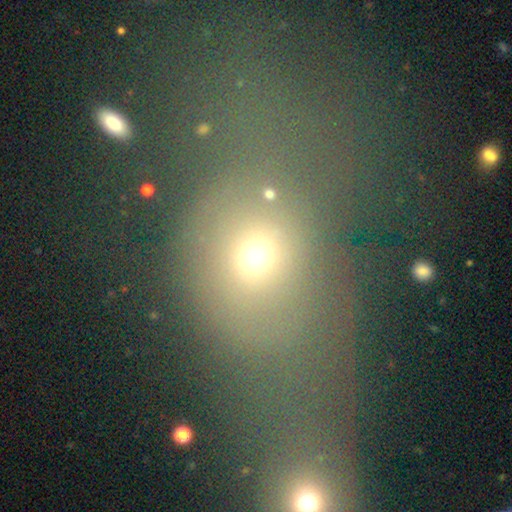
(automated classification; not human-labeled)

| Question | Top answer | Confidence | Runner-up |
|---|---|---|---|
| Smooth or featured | smooth | 67% | star or artifact (22%) |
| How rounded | round | 71% | in between (26%) |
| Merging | none | 67% | merger (15%) |